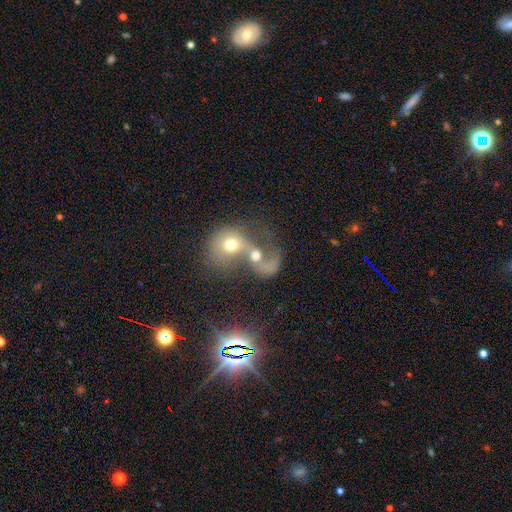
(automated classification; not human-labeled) Q: Smooth or featured?
A: smooth (45%); runner-up: featured or disk (43%)
Q: Merging?
A: merger (80%); runner-up: major disturbance (9%)